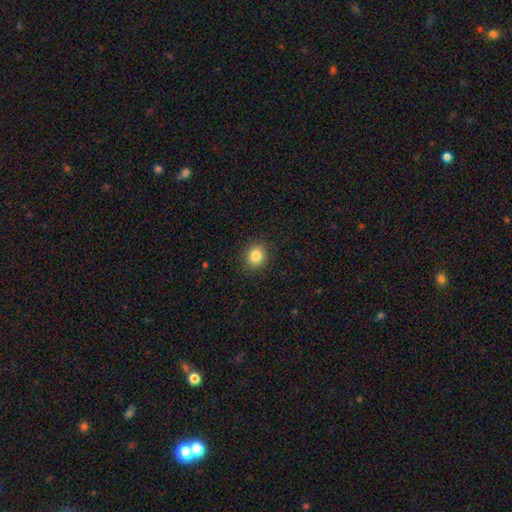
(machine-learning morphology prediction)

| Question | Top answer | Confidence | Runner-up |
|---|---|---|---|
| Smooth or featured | smooth | 83% | star or artifact (11%) |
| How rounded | round | 79% | in between (20%) |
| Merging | none | 91% | minor disturbance (6%) |